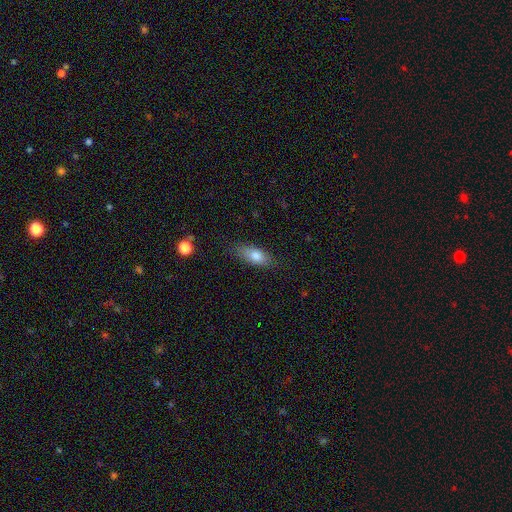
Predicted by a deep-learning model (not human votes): Overall: smooth (78%). How rounded: in between (77%). Merging: none (80%).